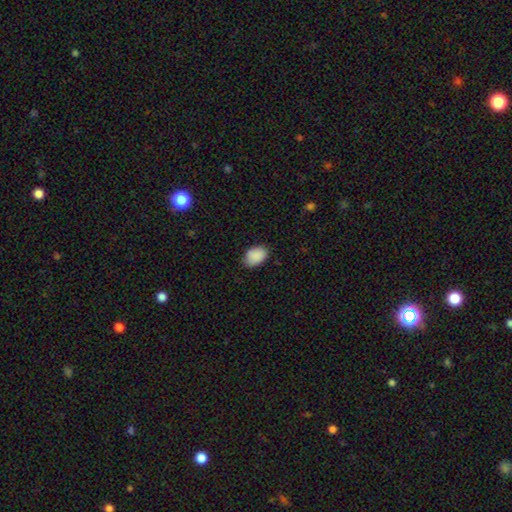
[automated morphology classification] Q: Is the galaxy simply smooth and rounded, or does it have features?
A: smooth — 89%.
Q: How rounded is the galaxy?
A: in between — 85%.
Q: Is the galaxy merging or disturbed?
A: none — 78%.